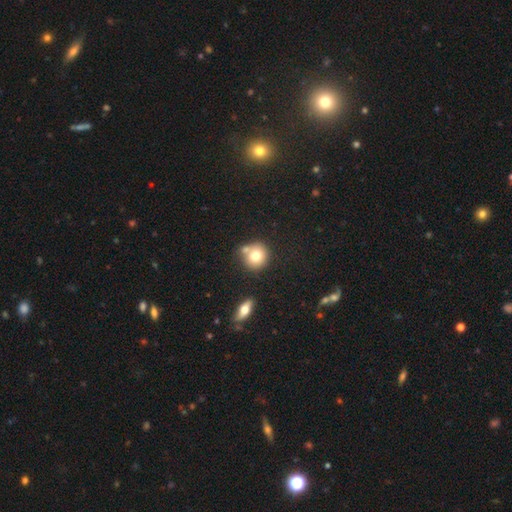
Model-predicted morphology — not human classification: Overall: smooth (73%). How rounded: round (87%). Merging: none (57%; merger 27%).